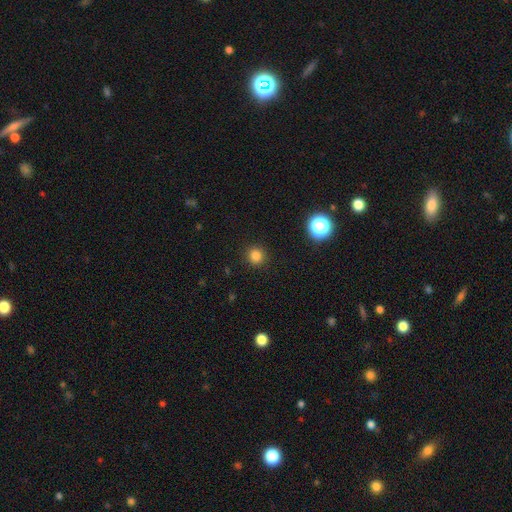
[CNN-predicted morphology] This is clearly a smooth galaxy (82%). How rounded: clearly round (92%). Merging: clearly none (92%).